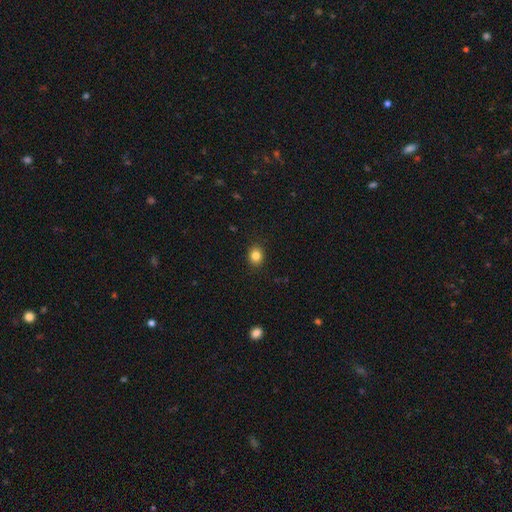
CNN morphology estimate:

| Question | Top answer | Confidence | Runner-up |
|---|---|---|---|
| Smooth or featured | smooth | 84% | star or artifact (11%) |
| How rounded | round | 64% | in between (35%) |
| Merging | none | 90% | minor disturbance (7%) |